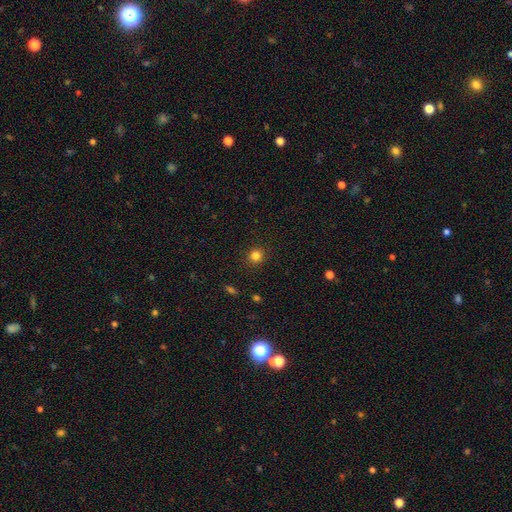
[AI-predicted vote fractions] smooth-or-featured: smooth: 83% | star or artifact: 13% | featured or disk: 5%
  how-rounded: round: 90% | in between: 9% | cigar-shaped: 1%
  merging: none: 90% | minor disturbance: 7% | major disturbance: 2% | merger: 1%